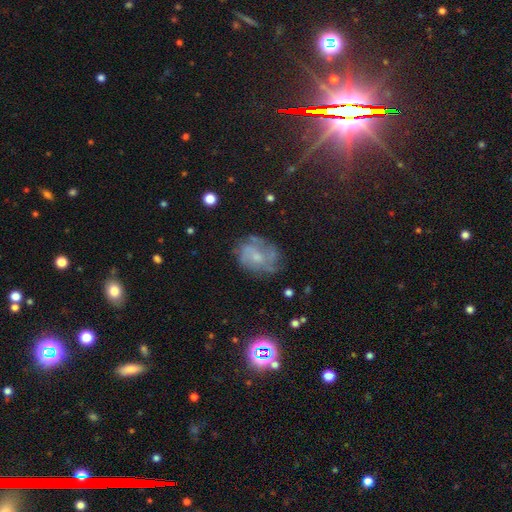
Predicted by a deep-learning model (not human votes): smooth-or-featured: featured or disk: 58% | smooth: 27% | star or artifact: 15%
  disk-edge-on: no: 97% | yes: 3%
    bar: no: 76% | weak: 20% | strong: 3%
    has-spiral-arms: yes: 70% | no: 30%
    bulge-size: small: 58% | moderate: 29% | none: 9% | large: 2% | dominant: 1%
  merging: none: 60% | minor disturbance: 23% | major disturbance: 14% | merger: 3%